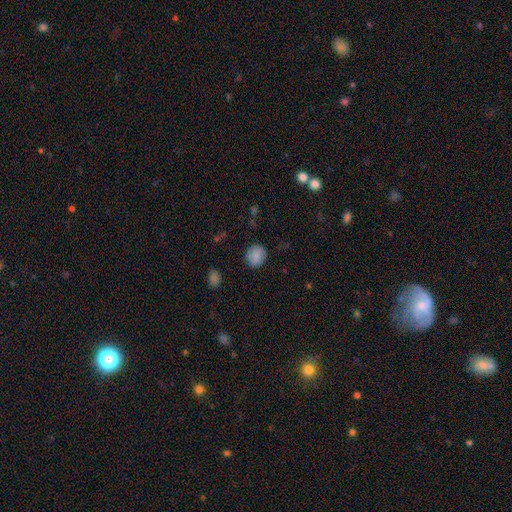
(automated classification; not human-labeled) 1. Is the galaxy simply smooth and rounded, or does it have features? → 85% smooth, 9% star or artifact, 6% featured or disk.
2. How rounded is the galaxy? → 72% round, 27% in between, 1% cigar-shaped.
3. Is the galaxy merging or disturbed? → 82% none, 13% minor disturbance, 3% major disturbance, 1% merger.